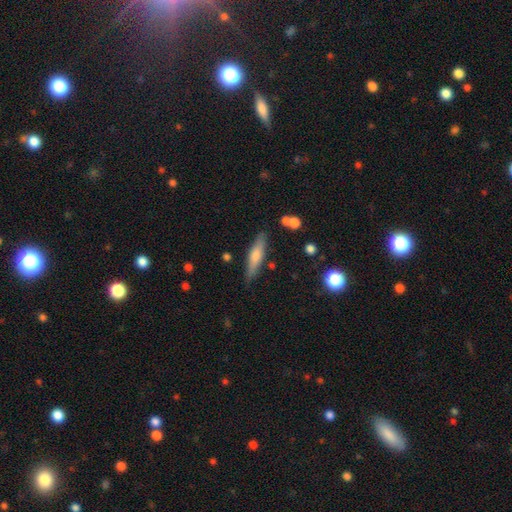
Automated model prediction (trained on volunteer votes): Q: Smooth or featured?
A: smooth (63%); runner-up: featured or disk (30%)
Q: How rounded?
A: cigar-shaped (74%); runner-up: in between (24%)
Q: Merging?
A: none (80%); runner-up: minor disturbance (14%)